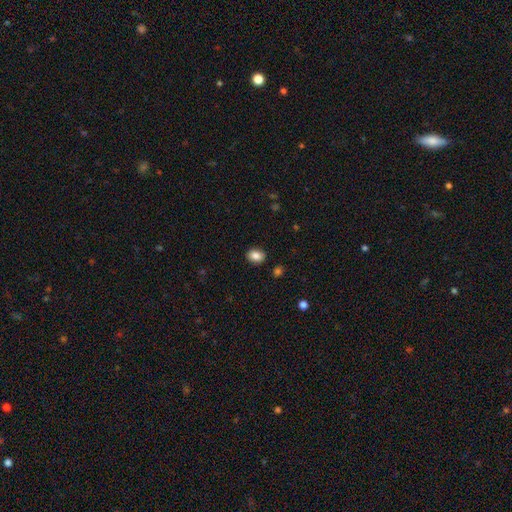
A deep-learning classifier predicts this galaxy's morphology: A smooth galaxy with no disk features (85%) that is in between round and cigar-shaped (65%).

Vote fractions:
- Smooth or featured? smooth: 85% / star or artifact: 9% / featured or disk: 6%
- How rounded? in between: 65% / round: 34% / cigar-shaped: 1%
- Merging? none: 88% / minor disturbance: 8% / major disturbance: 2% / merger: 1%